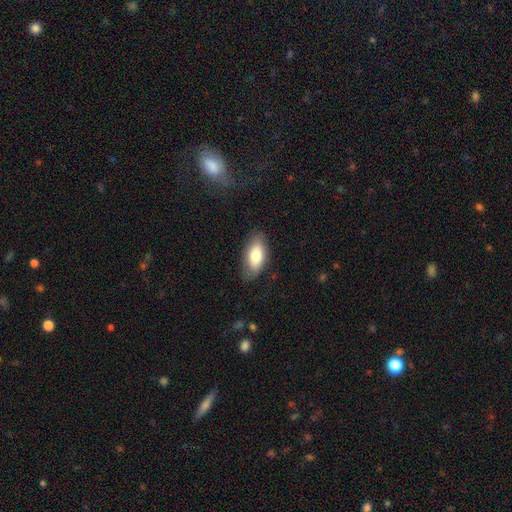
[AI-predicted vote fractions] Morphology: type=smooth (79%); roundness=in between (91%); merging=none (80%).